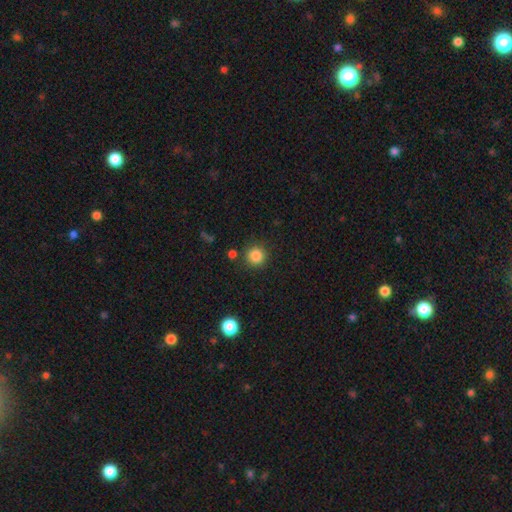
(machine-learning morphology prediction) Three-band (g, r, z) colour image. It shows a smooth galaxy with no disk features (85%) that is round (94%). Merging: none (85%).